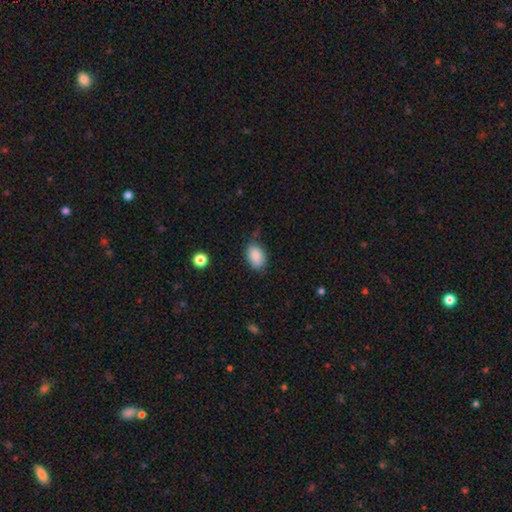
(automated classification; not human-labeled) The model was most divided on "merging": none: 75%, minor disturbance: 19%, major disturbance: 4%, merger: 2%. More confident: how rounded — in between (89%); smooth or featured — smooth (88%).